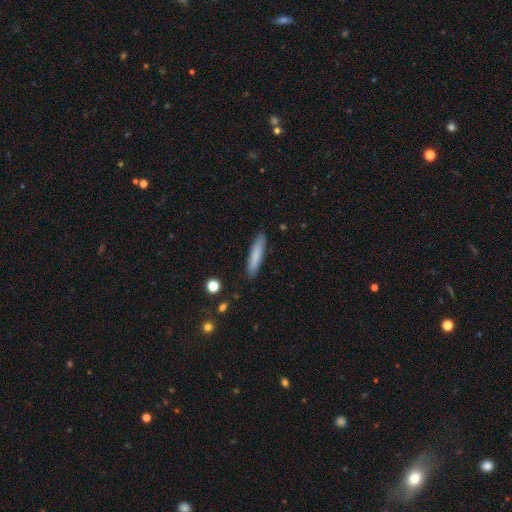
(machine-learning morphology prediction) Smooth or featured? Predicted: smooth (p=0.81). How rounded? Predicted: cigar-shaped (p=0.89). Merging? Predicted: none (p=0.89).